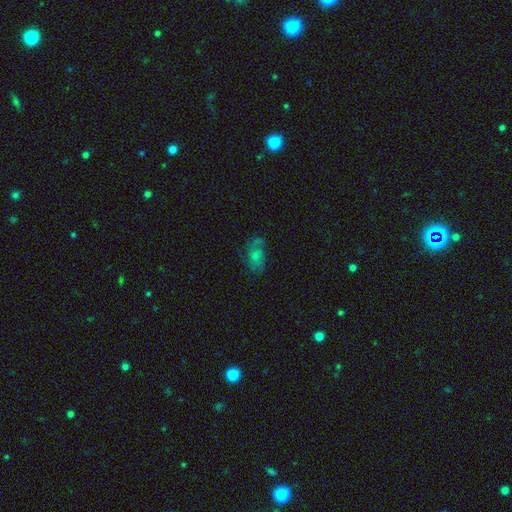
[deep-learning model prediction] This appears to be a smooth galaxy with no disk features (49%). Merging: none (57%).